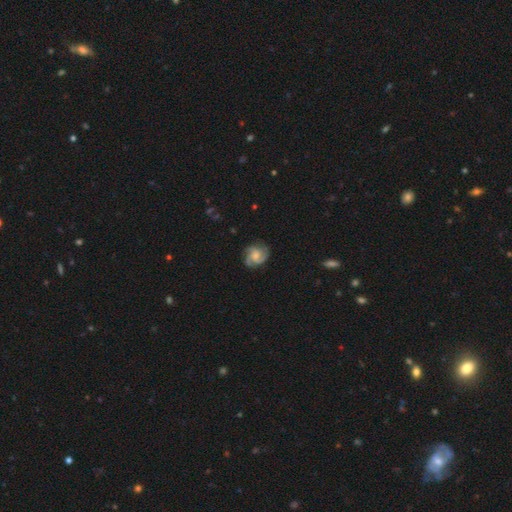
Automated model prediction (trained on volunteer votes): Smooth or featured: featured or disk — 81% (smooth — 13%)
Edge-on disk: no — 98% (yes — 2%)
Bar: no — 62% (weak — 33%)
Spiral arms: yes — 97% (no — 3%)
Spiral winding: medium — 46% (tight — 43%)
Spiral arm count: 3 — 59% (2 — 18%)
Bulge size: moderate — 46% (small — 34%)
Merging: none — 79% (minor disturbance — 15%)